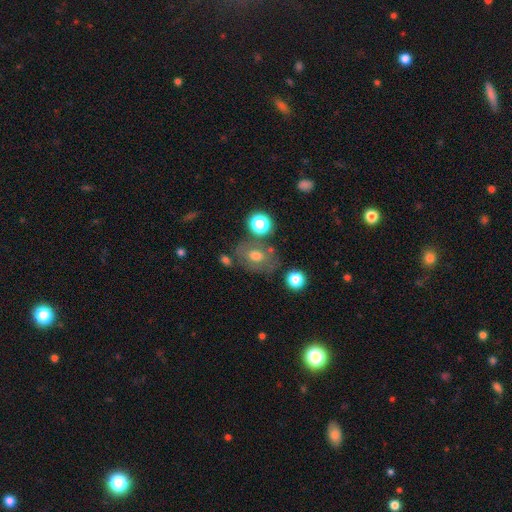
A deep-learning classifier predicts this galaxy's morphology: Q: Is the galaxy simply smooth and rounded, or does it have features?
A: smooth — 61%.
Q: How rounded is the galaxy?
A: in between — 61%.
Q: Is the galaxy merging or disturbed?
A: none — 60%.